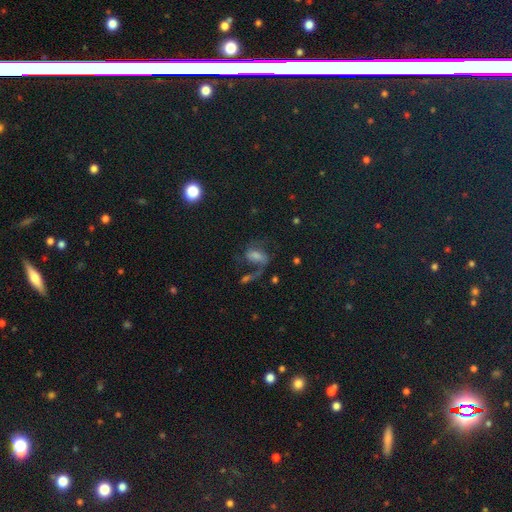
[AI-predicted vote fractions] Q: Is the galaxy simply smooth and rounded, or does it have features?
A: featured or disk — 52%.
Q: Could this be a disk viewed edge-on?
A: no — 94%.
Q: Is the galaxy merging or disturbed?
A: none — 44%.